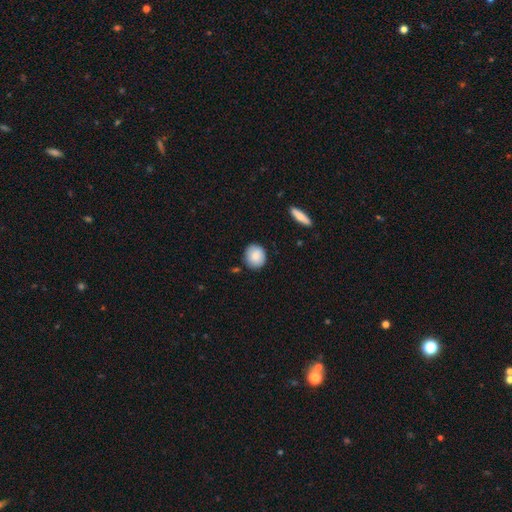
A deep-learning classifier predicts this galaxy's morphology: This appears to be a smooth galaxy with no disk features (85%) that is round (82%). Merging: none (85%).